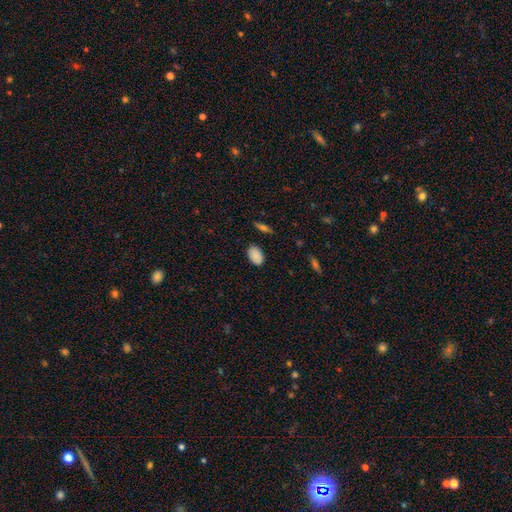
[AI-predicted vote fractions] This appears to be a smooth galaxy with no disk features (87%) that is in between round and cigar-shaped (90%). Merging: none (83%).